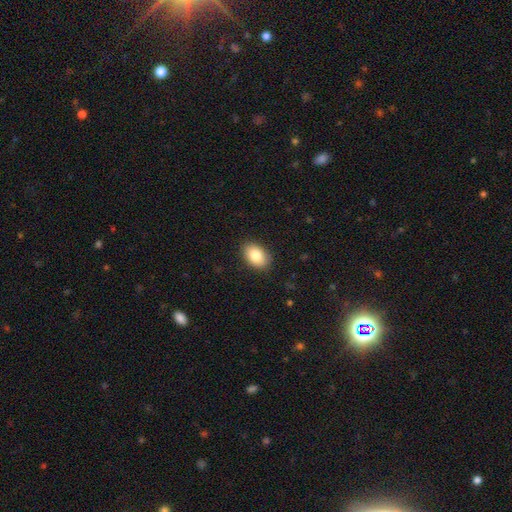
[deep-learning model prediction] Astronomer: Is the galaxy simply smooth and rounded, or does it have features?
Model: smooth — 85%.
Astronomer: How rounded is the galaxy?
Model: in between — 86%.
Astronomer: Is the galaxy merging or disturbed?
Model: none — 88%.